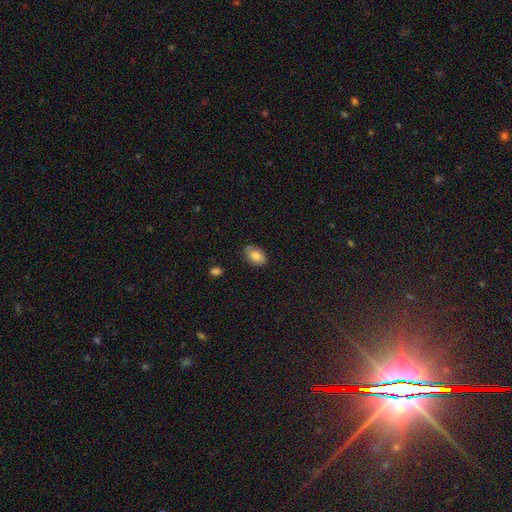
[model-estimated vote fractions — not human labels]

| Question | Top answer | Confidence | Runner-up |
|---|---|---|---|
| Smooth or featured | smooth | 81% | featured or disk (12%) |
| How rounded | in between | 88% | round (11%) |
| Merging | none | 76% | minor disturbance (19%) |